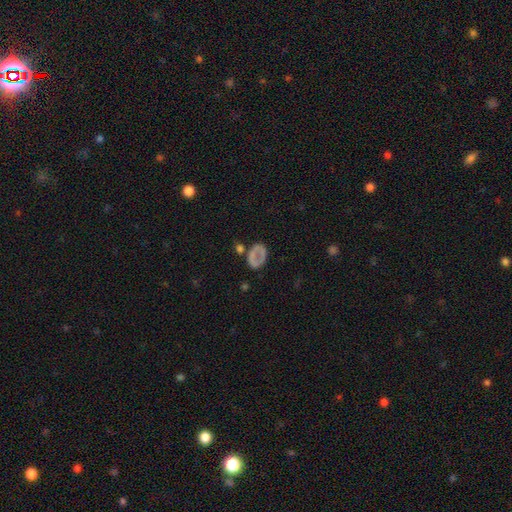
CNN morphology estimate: A smooth galaxy with no disk features (54%) that is in between round and cigar-shaped (66%).

Vote fractions:
- Smooth or featured? smooth: 54% / featured or disk: 32% / star or artifact: 14%
- How rounded? in between: 66% / round: 32% / cigar-shaped: 2%
- Merging? none: 57% / minor disturbance: 19% / major disturbance: 13% / merger: 12%